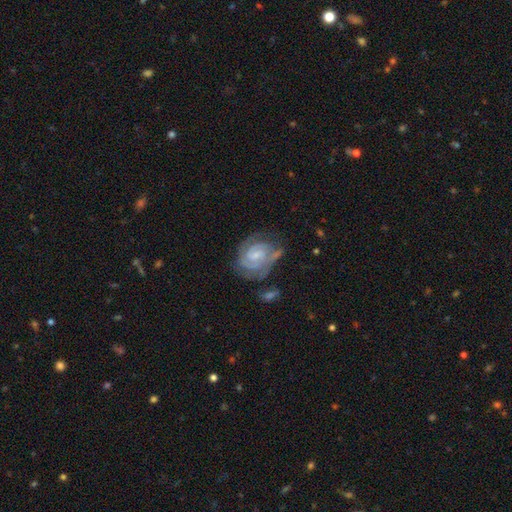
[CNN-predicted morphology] Overall: featured or disk (83%). Edge-on disk: no (98%). Bar: weak (53%; no 33%). Spiral arms: yes (95%). Spiral arm count: 2 (59%). Spiral winding: tight (62%; medium 32%). Bulge size: small (55%; moderate 27%). Merging: none (57%; minor disturbance 23%).